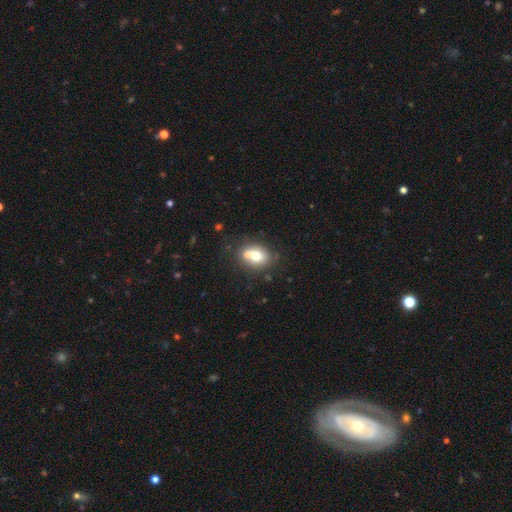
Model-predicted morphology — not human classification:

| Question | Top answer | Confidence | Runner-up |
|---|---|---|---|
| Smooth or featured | smooth | 67% | featured or disk (22%) |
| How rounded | in between | 51% | round (48%) |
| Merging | none | 46% | merger (38%) |